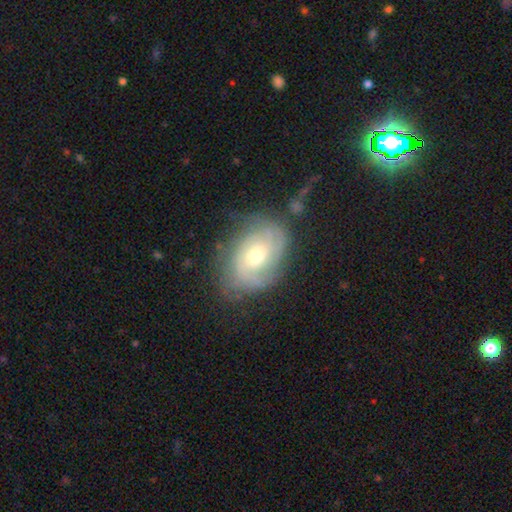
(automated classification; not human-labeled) A featured or disk galaxy (73%) with no bar (73%), tight (58%) spiral arms (89%) and a moderate central bulge (55%). Merging: none (67%).